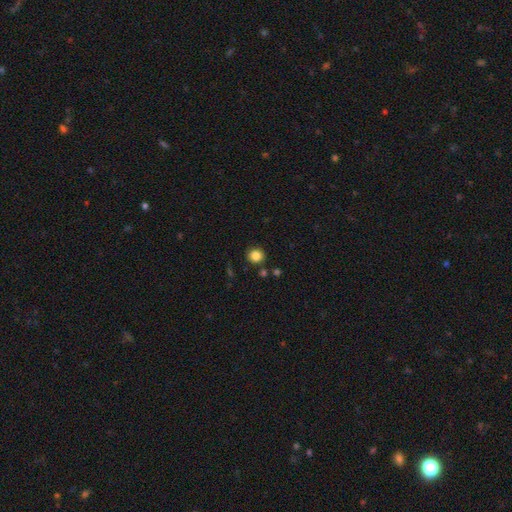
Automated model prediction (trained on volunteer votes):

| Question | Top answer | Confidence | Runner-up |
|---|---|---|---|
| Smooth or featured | smooth | 84% | star or artifact (11%) |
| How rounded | round | 89% | in between (10%) |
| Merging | none | 87% | minor disturbance (7%) |